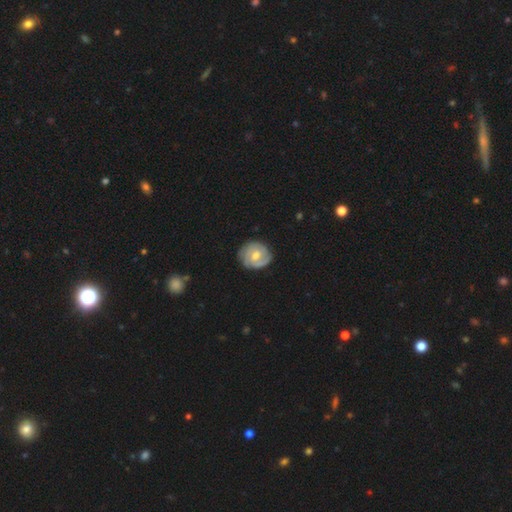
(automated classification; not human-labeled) smooth_or_featured: featured or disk (p=0.77) [alt: smooth p=0.19]
disk_edge_on: no (p=0.98) [alt: yes p=0.02]
bar: weak (p=0.51) [alt: no p=0.39]
has_spiral_arms: yes (p=0.93) [alt: no p=0.07]
spiral_winding: tight (p=0.61) [alt: medium p=0.30]
spiral_arm_count: 2 (p=0.54) [alt: can't tell p=0.20]
bulge_size: moderate (p=0.64) [alt: small p=0.30]
merging: none (p=0.76) [alt: minor disturbance p=0.18]